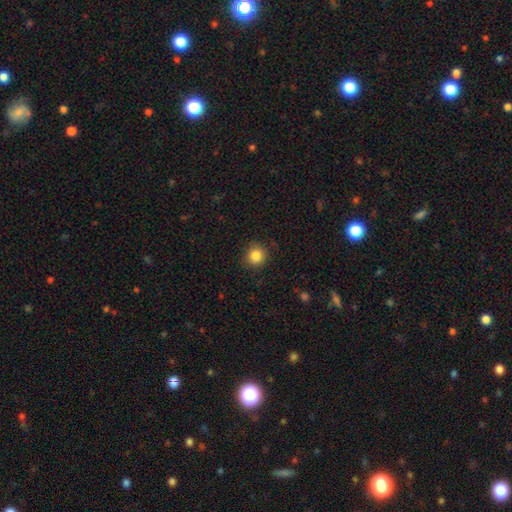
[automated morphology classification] This is clearly a smooth galaxy (85%). How rounded: clearly round (90%). Merging: clearly none (87%).